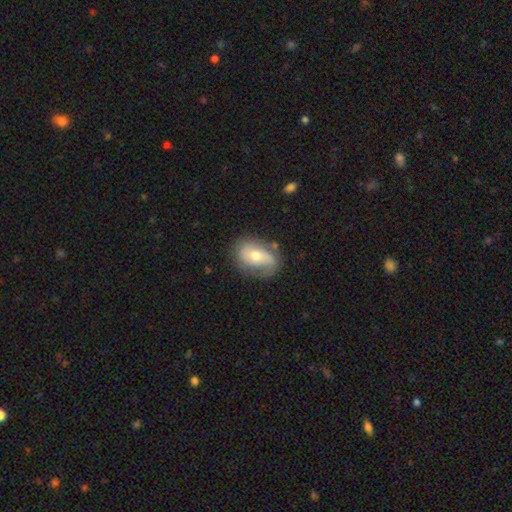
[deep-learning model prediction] Morphology: type=featured or disk (61%); edge-on=no (96%); bar=no (60%); spiral arms=yes (84%); bulge=moderate (59%); merging=none (65%).